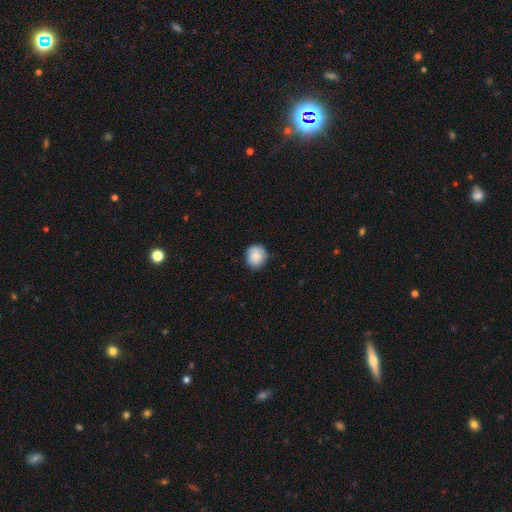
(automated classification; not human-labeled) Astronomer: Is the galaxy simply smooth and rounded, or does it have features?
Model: smooth — 88%.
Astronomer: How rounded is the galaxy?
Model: round — 81%.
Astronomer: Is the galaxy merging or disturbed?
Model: none — 81%.